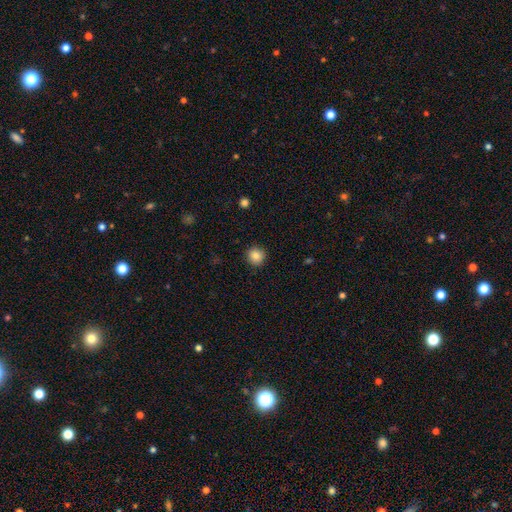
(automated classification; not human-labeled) smooth_or_featured: smooth (p=0.84) [alt: star or artifact p=0.10]
how_rounded: round (p=0.93) [alt: in between p=0.06]
merging: none (p=0.91) [alt: minor disturbance p=0.06]